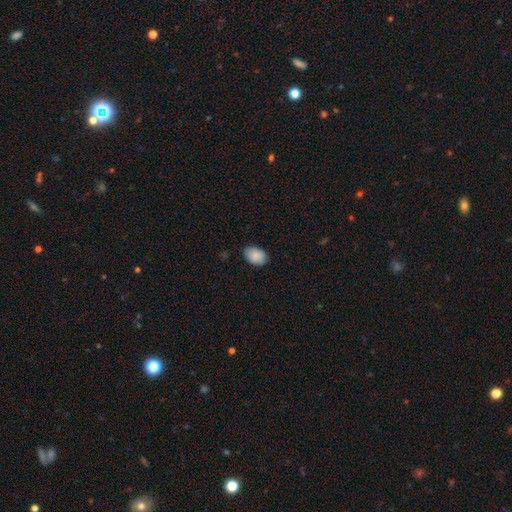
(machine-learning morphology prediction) Smooth or featured: smooth — 89% (star or artifact — 7%)
How rounded: in between — 83% (round — 16%)
Merging: none — 84% (minor disturbance — 13%)